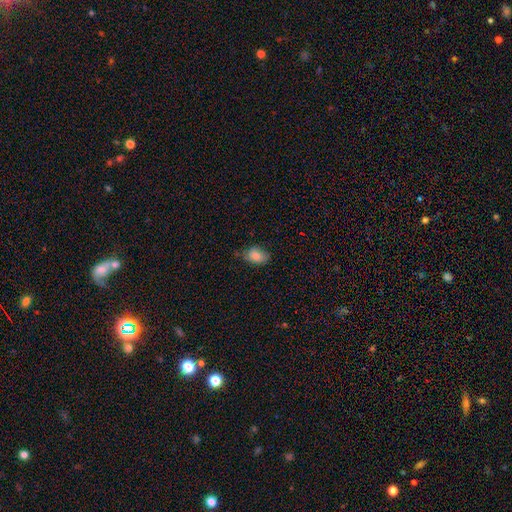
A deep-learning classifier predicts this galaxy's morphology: smooth_or_featured: smooth (p=0.82) [alt: featured or disk p=0.10]
how_rounded: in between (p=0.82) [alt: round p=0.17]
merging: none (p=0.65) [alt: minor disturbance p=0.28]